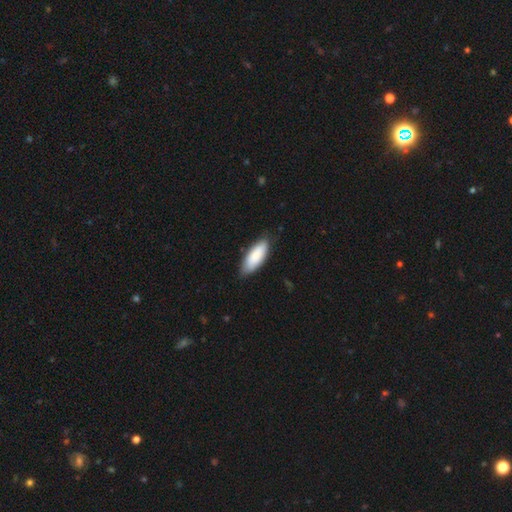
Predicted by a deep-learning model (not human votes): smooth_or_featured: smooth (p=0.84) [alt: featured or disk p=0.11]
how_rounded: in between (p=0.76) [alt: cigar-shaped p=0.22]
merging: none (p=0.78) [alt: minor disturbance p=0.18]